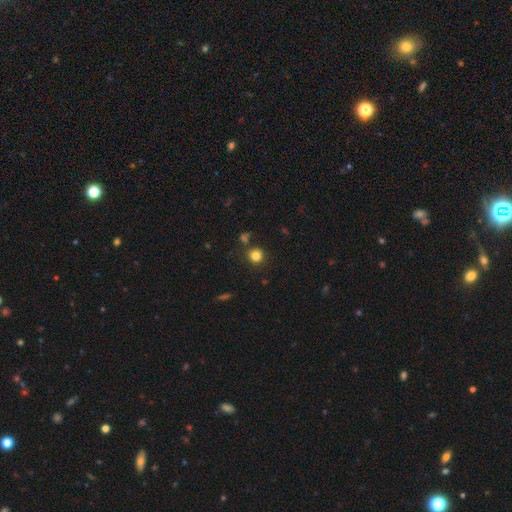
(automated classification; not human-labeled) A smooth galaxy with no disk features (82%) that is round (91%). Merging: none (83%).